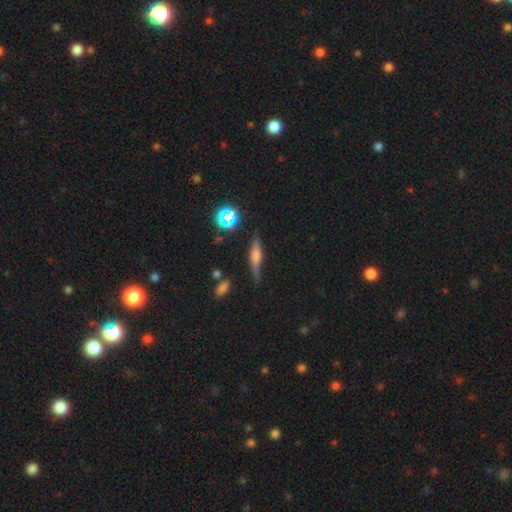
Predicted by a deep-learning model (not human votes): Q: Smooth or featured?
A: featured or disk (53%); runner-up: smooth (32%)
Q: Edge-on disk?
A: yes (93%); runner-up: no (7%)
Q: Merging?
A: none (77%); runner-up: minor disturbance (16%)